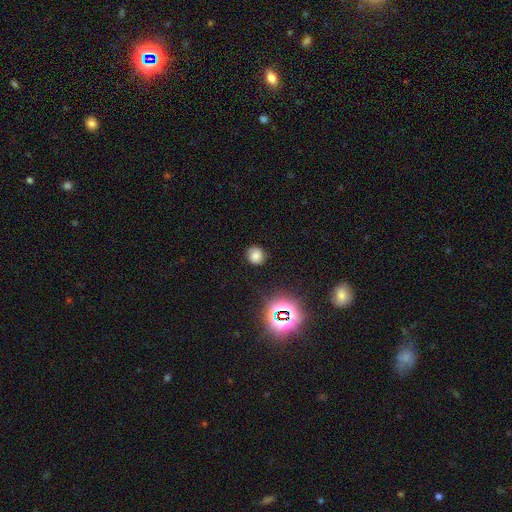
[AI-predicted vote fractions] Smooth or featured: smooth — 70% (star or artifact — 19%)
How rounded: round — 81% (in between — 18%)
Merging: none — 82% (minor disturbance — 13%)